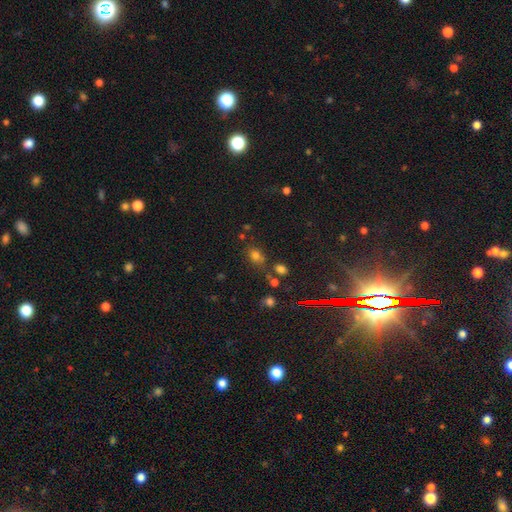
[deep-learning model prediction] Smooth or featured?
  - smooth: 71% *
  - star or artifact: 21%
  - featured or disk: 9%
How rounded?
  - in between: 56% *
  - round: 42%
  - cigar-shaped: 2%
Merging?
  - none: 64% *
  - minor disturbance: 16%
  - merger: 13%
  - major disturbance: 7%